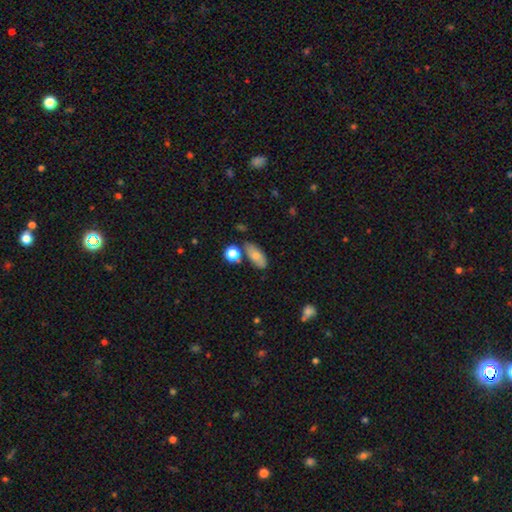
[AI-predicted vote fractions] This is likely a smooth galaxy (77%). How rounded: clearly in between (85%). Merging: likely none (70%).